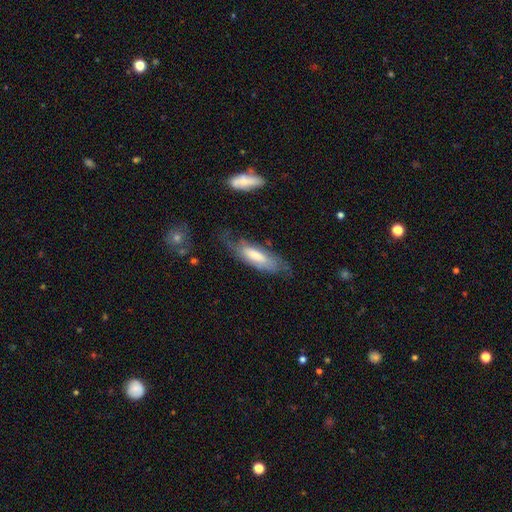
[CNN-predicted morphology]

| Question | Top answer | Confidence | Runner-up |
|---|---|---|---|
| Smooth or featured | smooth | 49% | featured or disk (45%) |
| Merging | none | 56% | minor disturbance (25%) |